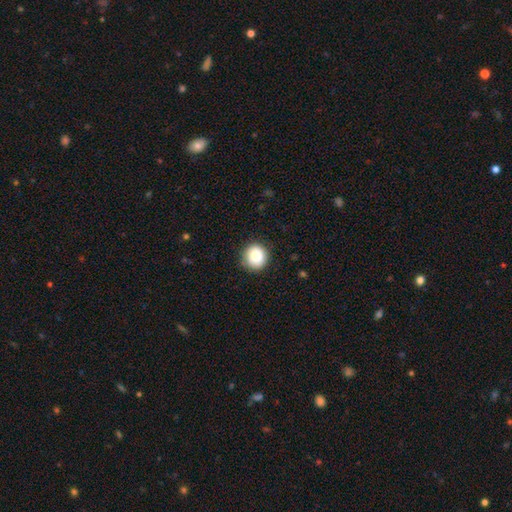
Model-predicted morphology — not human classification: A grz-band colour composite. It shows a smooth galaxy with no disk features (82%) that is round (90%). Merging: none (87%).